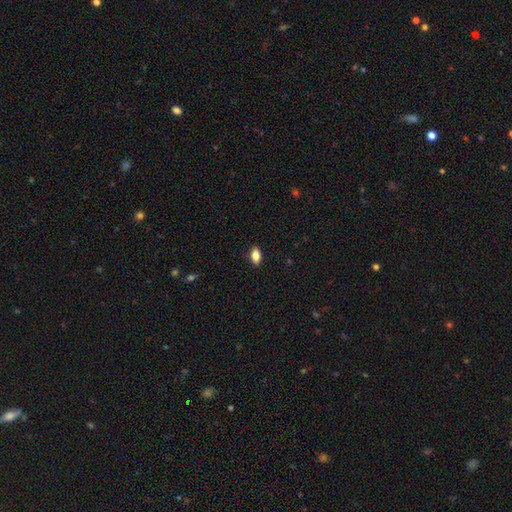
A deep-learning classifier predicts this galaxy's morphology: The model was most divided on "smooth or featured": smooth: 78%, featured or disk: 14%, star or artifact: 8%. More confident: merging — none (89%); how rounded — in between (87%).